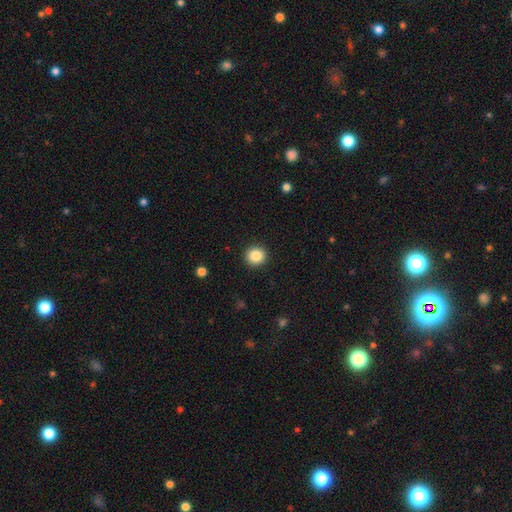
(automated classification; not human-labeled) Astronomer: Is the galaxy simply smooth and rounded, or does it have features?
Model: smooth — 86%.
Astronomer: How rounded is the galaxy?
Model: round — 93%.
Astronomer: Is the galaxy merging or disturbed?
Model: none — 92%.